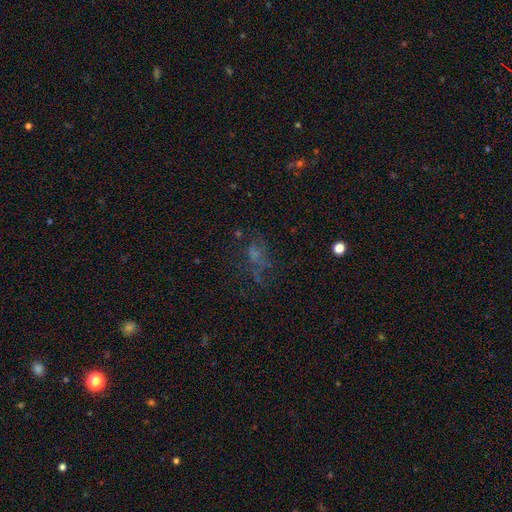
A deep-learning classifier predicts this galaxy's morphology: A smooth galaxy with no disk features (35%).

Vote fractions:
- Smooth or featured? smooth: 35% / featured or disk: 34% / star or artifact: 32%
- Merging? none: 47% / major disturbance: 31% / minor disturbance: 18% / merger: 4%